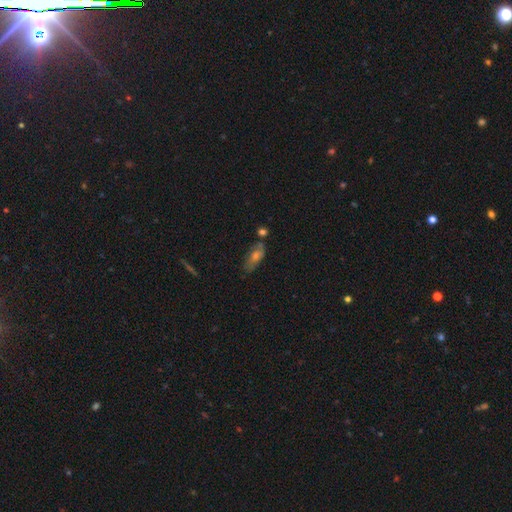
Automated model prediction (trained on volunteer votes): This appears to be a smooth galaxy with no disk features (47%). Merging: none (63%).